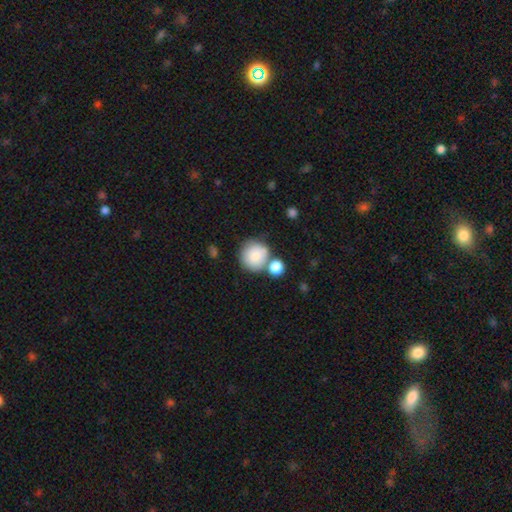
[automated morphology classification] smooth-or-featured: smooth: 83% | featured or disk: 9% | star or artifact: 8%
  how-rounded: round: 90% | in between: 9% | cigar-shaped: 1%
  merging: none: 57% | merger: 25% | minor disturbance: 13% | major disturbance: 5%